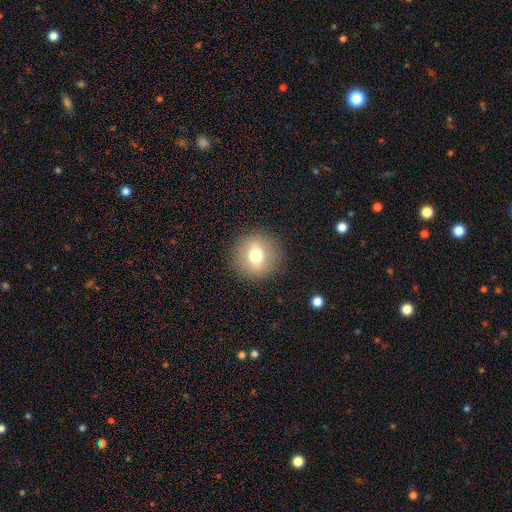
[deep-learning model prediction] smooth-or-featured: smooth: 70% | featured or disk: 19% | star or artifact: 11%
  how-rounded: round: 93% | in between: 6% | cigar-shaped: 1%
  merging: none: 90% | minor disturbance: 6% | major disturbance: 3% | merger: 1%